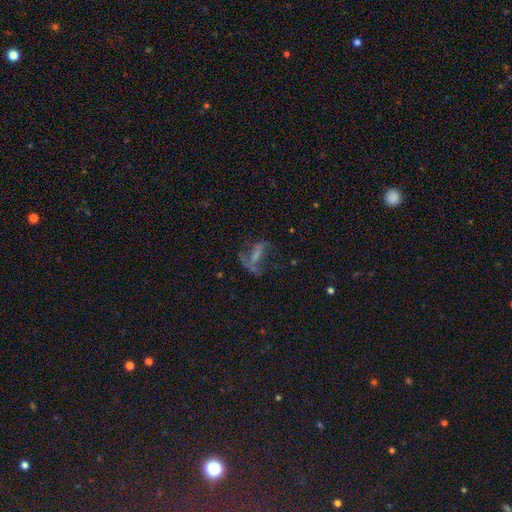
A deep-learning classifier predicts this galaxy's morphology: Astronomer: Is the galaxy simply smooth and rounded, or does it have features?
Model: featured or disk — 52% (runner-up: smooth, 29%).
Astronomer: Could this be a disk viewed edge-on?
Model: no — 92%.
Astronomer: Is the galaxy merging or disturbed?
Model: major disturbance — 43% (runner-up: none, 33%).